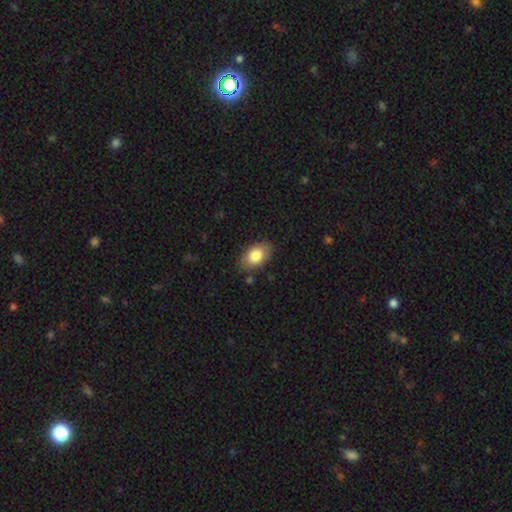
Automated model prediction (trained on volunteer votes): Smooth or featured: smooth — 82% (featured or disk — 11%)
How rounded: in between — 90% (round — 9%)
Merging: none — 81% (minor disturbance — 14%)